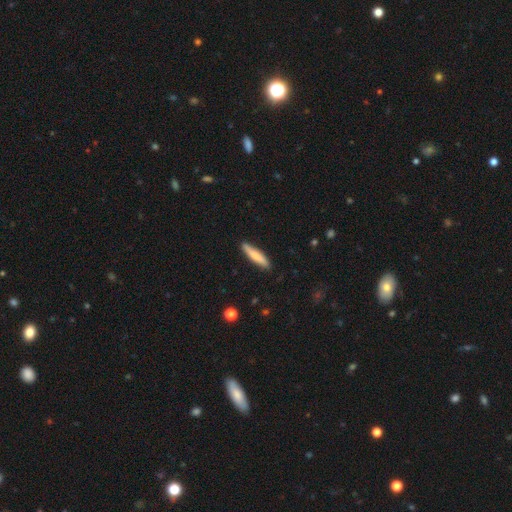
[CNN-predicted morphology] smooth-or-featured: smooth: 77% | featured or disk: 18% | star or artifact: 5%
  how-rounded: cigar-shaped: 86% | in between: 13% | round: 1%
  merging: none: 87% | minor disturbance: 10% | major disturbance: 2% | merger: 1%